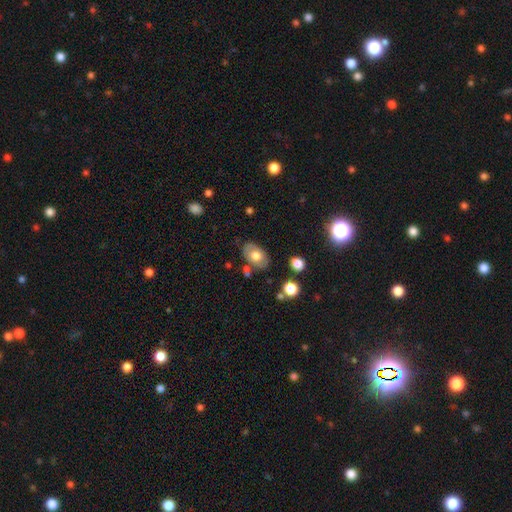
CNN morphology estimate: smooth 64%, featured or disk 29%, star or artifact 7%. Down the decision tree: how rounded — in between (86%); merging — none (74%).